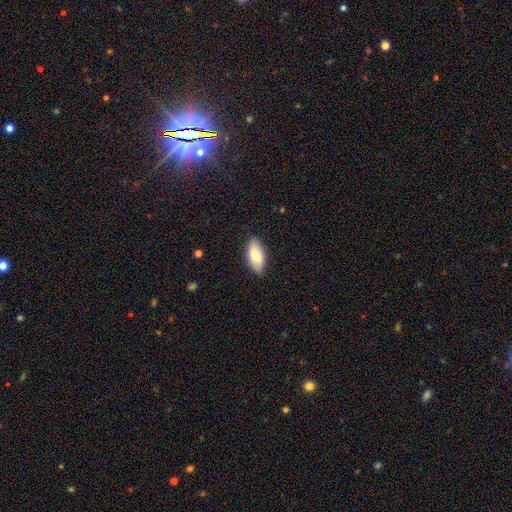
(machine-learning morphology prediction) A smooth galaxy with no disk features (73%) that is in between round and cigar-shaped (91%). Merging: none (85%).